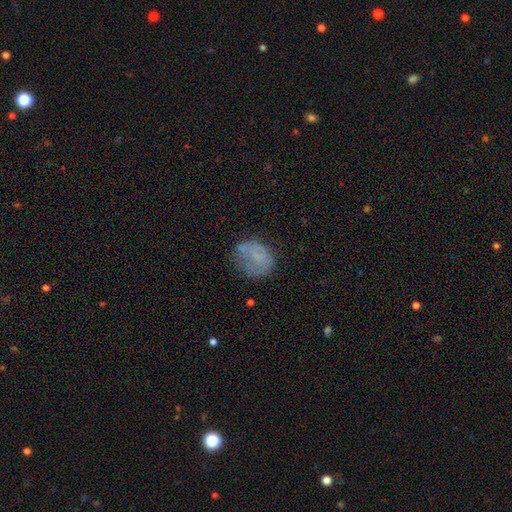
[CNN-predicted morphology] Smooth or featured? Predicted: smooth (p=0.63). How rounded? Predicted: round (p=0.58). Merging? Predicted: none (p=0.54).